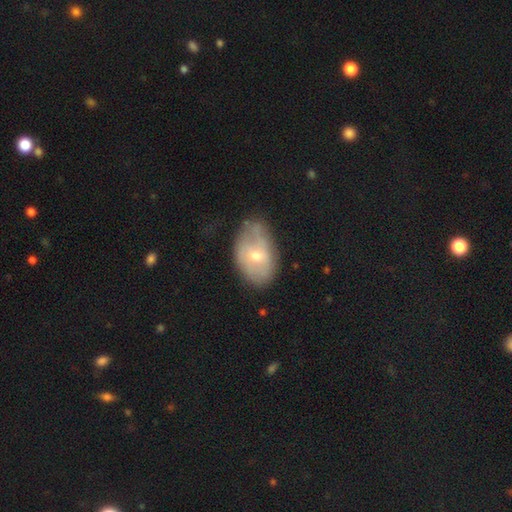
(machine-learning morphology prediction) smooth_or_featured: smooth (p=0.47) [alt: featured or disk p=0.46]
merging: none (p=0.55) [alt: minor disturbance p=0.33]